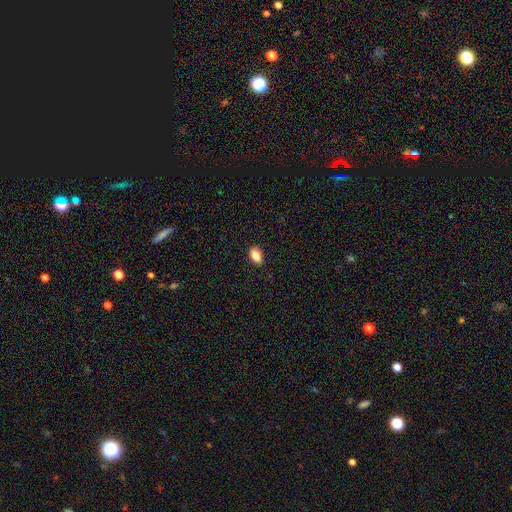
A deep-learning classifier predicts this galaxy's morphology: A smooth galaxy with no disk features (83%) that is in between round and cigar-shaped (87%). Merging: none (87%).